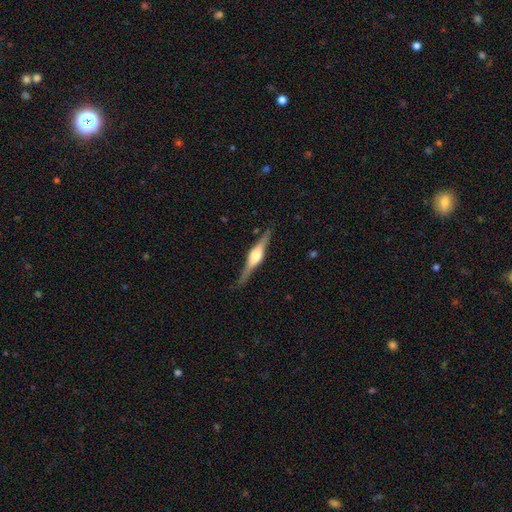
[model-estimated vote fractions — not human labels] The model was most divided on "smooth or featured": featured or disk: 81%, smooth: 14%, star or artifact: 5%. More confident: edge-on disk — yes (98%); merging — none (87%); edge-on bulge — rounded (85%).